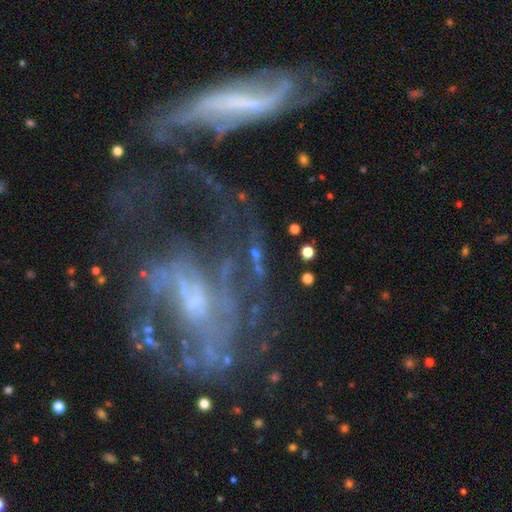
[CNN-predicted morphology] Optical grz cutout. It shows a featured or disk galaxy (68%) with no bar (44%), spiral arms (78%) and a small central bulge (44%). Merging: none (51%).